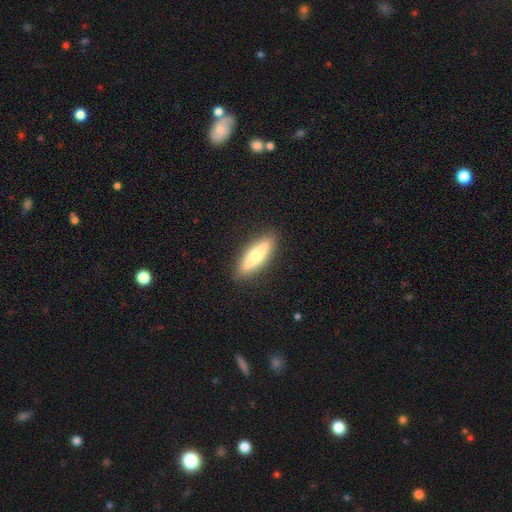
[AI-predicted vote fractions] smooth-or-featured: smooth: 48% | featured or disk: 46% | star or artifact: 6%
  merging: none: 89% | minor disturbance: 8% | major disturbance: 2% | merger: 1%